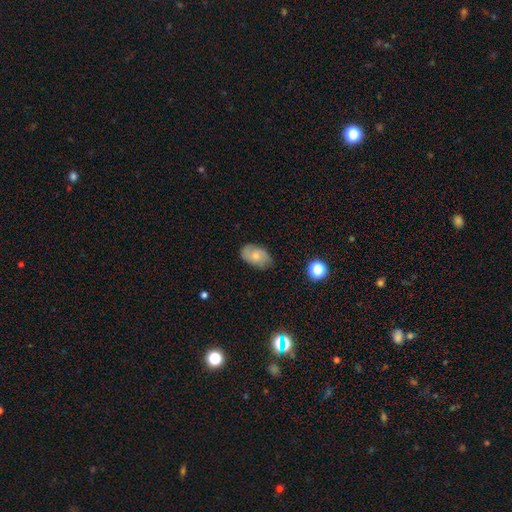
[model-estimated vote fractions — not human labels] Overall: smooth (55%; featured or disk 37%). How rounded: in between (87%). Merging: none (74%).